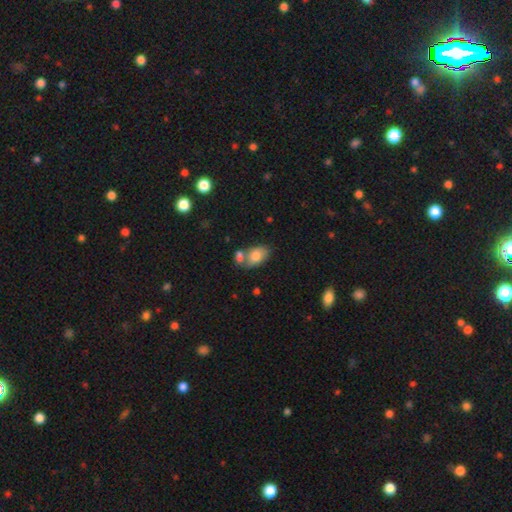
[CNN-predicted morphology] Smooth or featured? Predicted: smooth (p=0.78). How rounded? Predicted: in between (p=0.88). Merging? Predicted: none (p=0.48).